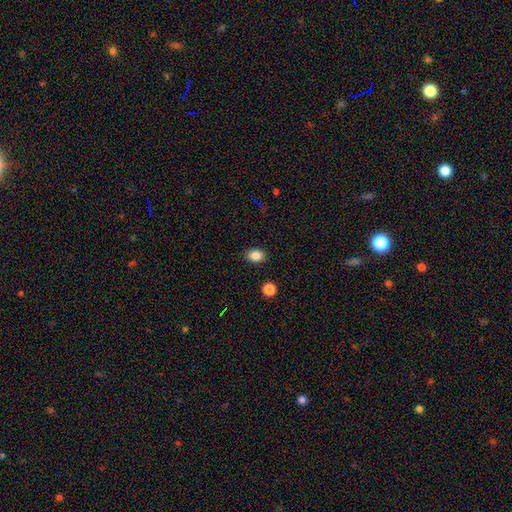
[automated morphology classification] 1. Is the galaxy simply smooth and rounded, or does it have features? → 85% smooth, 10% star or artifact, 5% featured or disk.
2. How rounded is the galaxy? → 69% in between, 30% round, 1% cigar-shaped.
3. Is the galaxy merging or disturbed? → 88% none, 8% minor disturbance, 2% major disturbance, 2% merger.